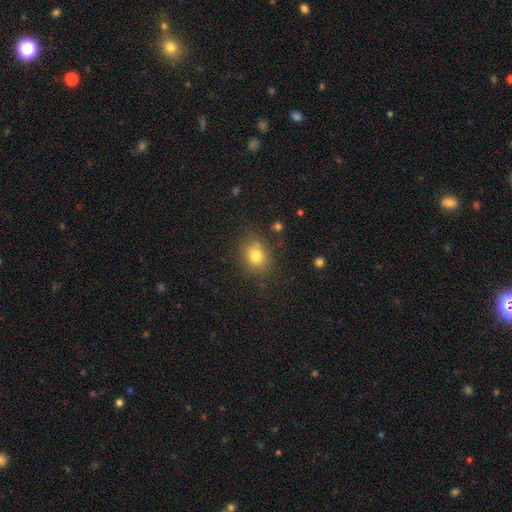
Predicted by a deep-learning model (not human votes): Smooth or featured? smooth (79%)
How rounded? round (56%)
Merging? none (77%)